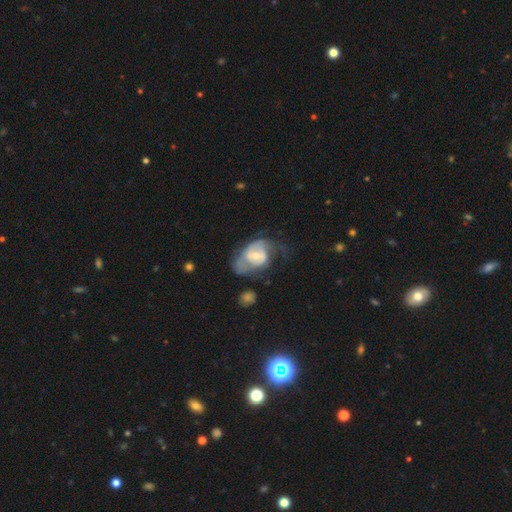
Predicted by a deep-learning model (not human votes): A featured or disk galaxy (65%) with no bar (54%), spiral arms (65%) and a moderate central bulge (49%).

Vote fractions:
- Smooth or featured? featured or disk: 65% / smooth: 28% / star or artifact: 6%
- Edge-on disk? no: 96% / yes: 4%
- Bar? no: 54% / weak: 36% / strong: 9%
- Spiral arms? yes: 65% / no: 35%
- Bulge size? moderate: 49% / small: 44% / large: 4% / none: 2% / dominant: 1%
- Merging? major disturbance: 41% / none: 27% / minor disturbance: 23% / merger: 9%